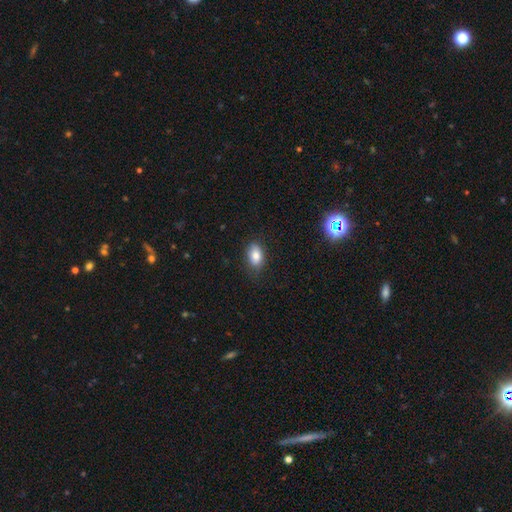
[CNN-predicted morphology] Q: Smooth or featured?
A: smooth (81%); runner-up: featured or disk (10%)
Q: How rounded?
A: in between (86%); runner-up: round (12%)
Q: Merging?
A: none (77%); runner-up: minor disturbance (18%)